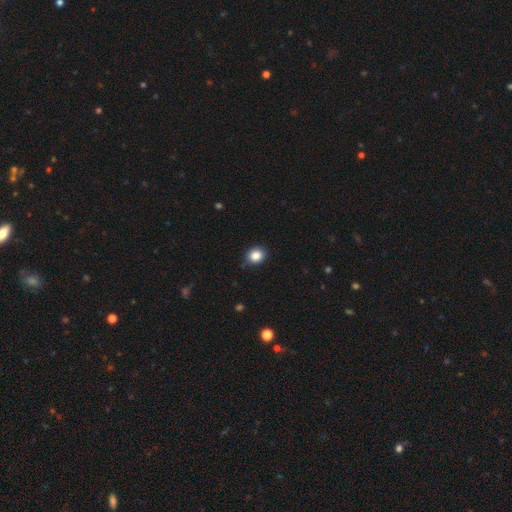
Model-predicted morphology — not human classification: Smooth or featured? Predicted: smooth (p=0.85). How rounded? Predicted: round (p=0.71). Merging? Predicted: none (p=0.82).